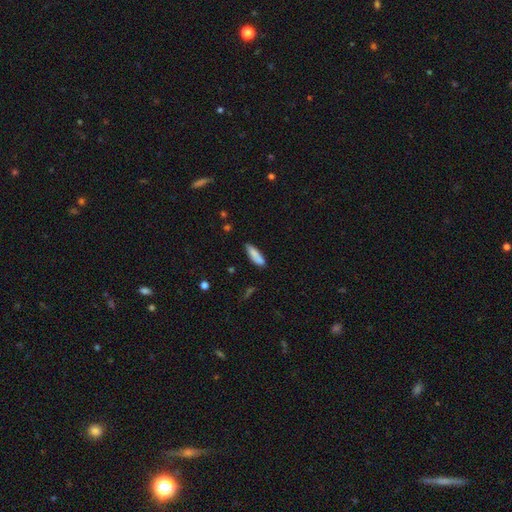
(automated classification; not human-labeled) A smooth galaxy with no disk features (86%) that is cigar-shaped (56%).

Vote fractions:
- Smooth or featured? smooth: 86% / featured or disk: 8% / star or artifact: 6%
- How rounded? cigar-shaped: 56% / in between: 43% / round: 1%
- Merging? none: 83% / minor disturbance: 13% / major disturbance: 2% / merger: 2%